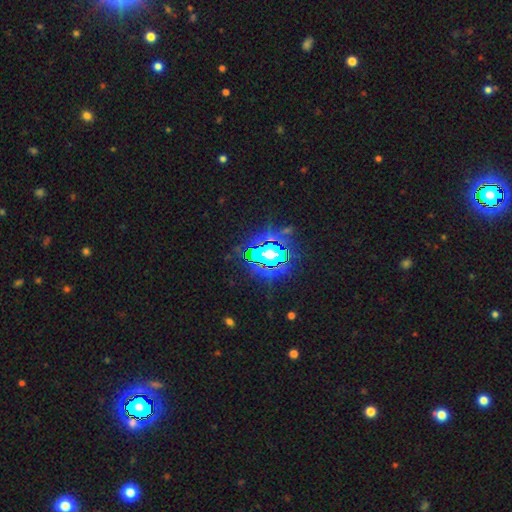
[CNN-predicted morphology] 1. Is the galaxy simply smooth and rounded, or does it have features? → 81% star or artifact, 11% smooth, 8% featured or disk.